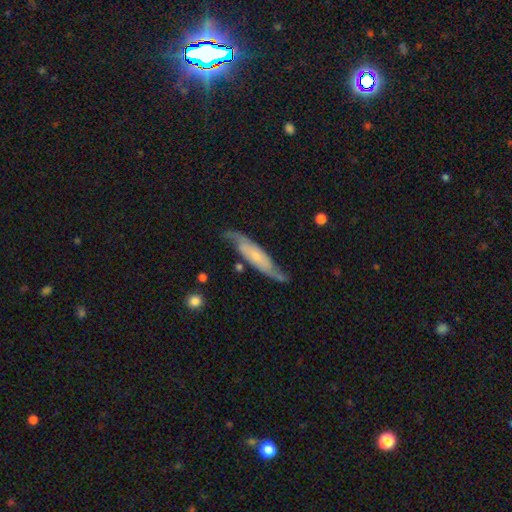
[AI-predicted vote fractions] Q: Smooth or featured?
A: featured or disk (72%); runner-up: smooth (23%)
Q: Edge-on disk?
A: no (74%); runner-up: yes (26%)
Q: Bar?
A: no (64%); runner-up: weak (26%)
Q: Spiral arms?
A: yes (92%); runner-up: no (8%)
Q: Bulge size?
A: small (68%); runner-up: moderate (21%)
Q: Merging?
A: none (69%); runner-up: minor disturbance (21%)